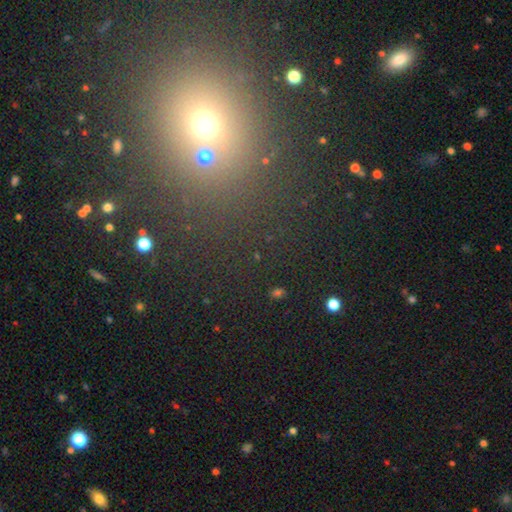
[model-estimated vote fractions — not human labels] Smooth or featured: star or artifact — 55% (smooth — 35%)